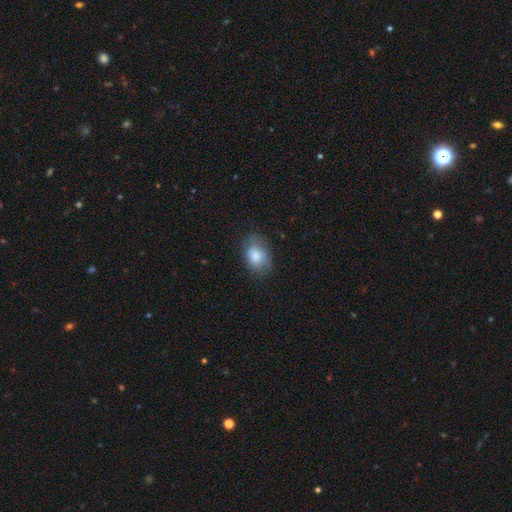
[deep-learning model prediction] A smooth galaxy with no disk features (82%) that is in between round and cigar-shaped (82%).

Vote fractions:
- Smooth or featured? smooth: 82% / featured or disk: 11% / star or artifact: 8%
- How rounded? in between: 82% / round: 17% / cigar-shaped: 1%
- Merging? none: 68% / minor disturbance: 23% / major disturbance: 7% / merger: 1%